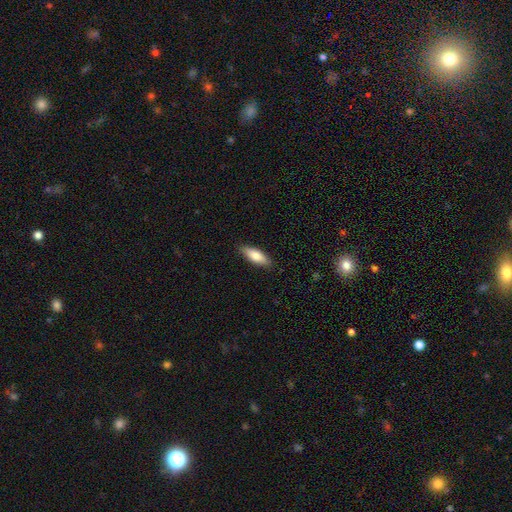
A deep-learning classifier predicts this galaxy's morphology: smooth_or_featured: smooth (p=0.77) [alt: featured or disk p=0.18]
how_rounded: in between (p=0.63) [alt: cigar-shaped p=0.35]
merging: none (p=0.87) [alt: minor disturbance p=0.10]